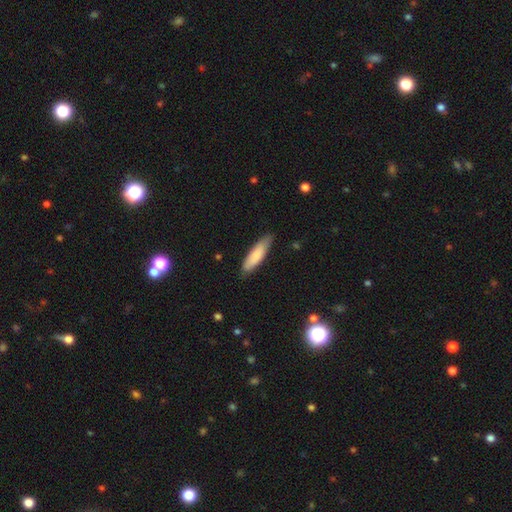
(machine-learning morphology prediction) Q: Smooth or featured?
A: smooth (79%); runner-up: featured or disk (15%)
Q: How rounded?
A: cigar-shaped (64%); runner-up: in between (35%)
Q: Merging?
A: none (81%); runner-up: minor disturbance (16%)